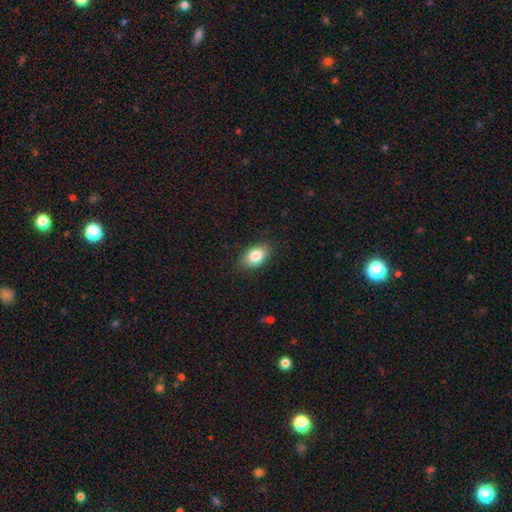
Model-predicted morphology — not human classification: smooth-or-featured: smooth: 83% | featured or disk: 9% | star or artifact: 8%
  how-rounded: in between: 89% | round: 10% | cigar-shaped: 2%
  merging: none: 87% | minor disturbance: 10% | major disturbance: 2% | merger: 1%